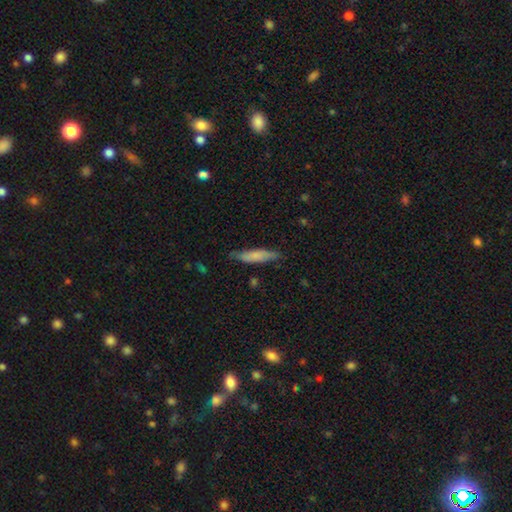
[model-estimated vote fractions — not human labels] Morphology: type=smooth (73%); roundness=cigar-shaped (79%); merging=none (78%).